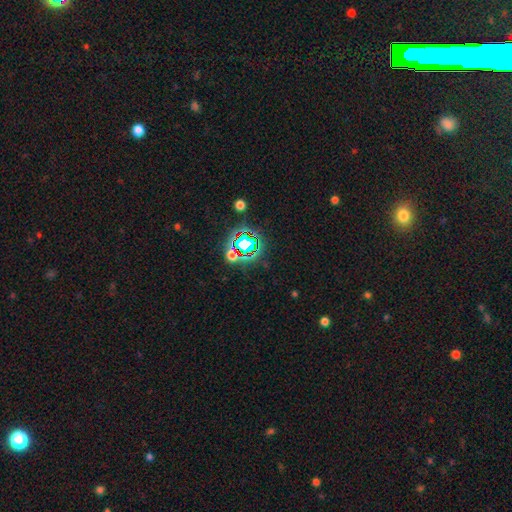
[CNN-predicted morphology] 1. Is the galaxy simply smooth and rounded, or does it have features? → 78% star or artifact, 13% smooth, 9% featured or disk.